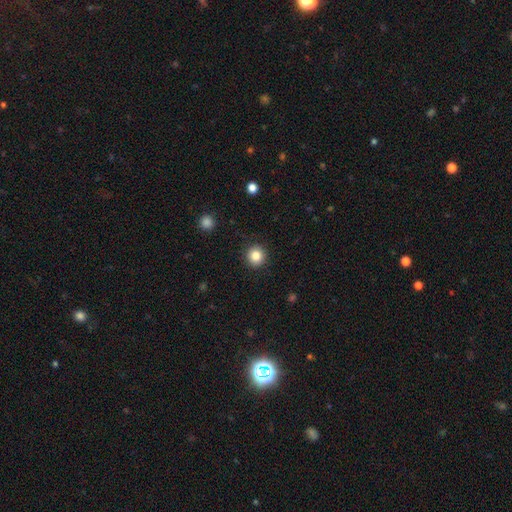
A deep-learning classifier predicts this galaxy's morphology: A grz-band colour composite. It shows a smooth galaxy with no disk features (84%) that is round (92%). Merging: none (91%).